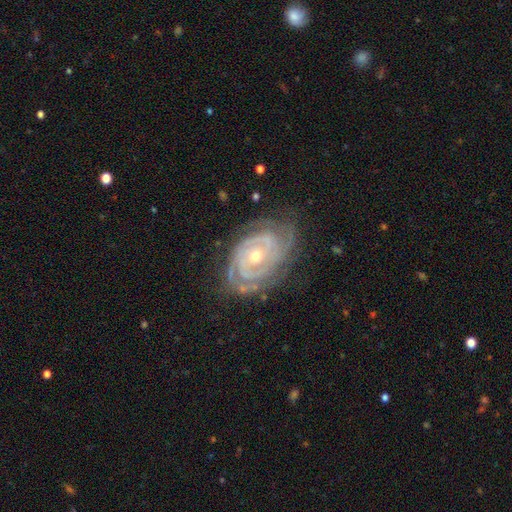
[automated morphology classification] featured or disk 90%, star or artifact 5%, smooth 4%. Down the decision tree: edge-on disk — no (97%); bar — no (72%); spiral arms — yes (97%); spiral arm count — 3 (29%); spiral winding — tight (80%); bulge size — moderate (49%); merging — none (73%).